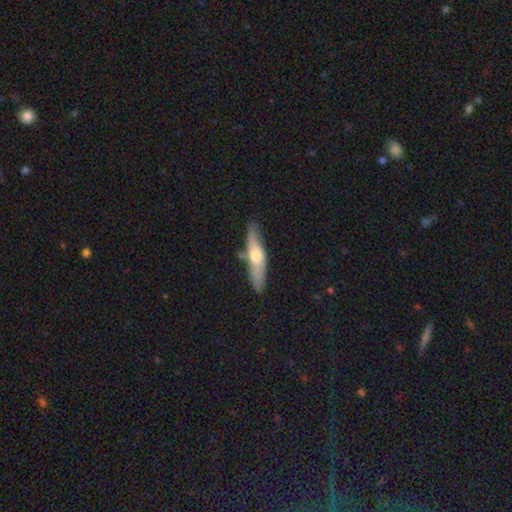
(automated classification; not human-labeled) A featured or disk galaxy (49%). Merging: none (78%).